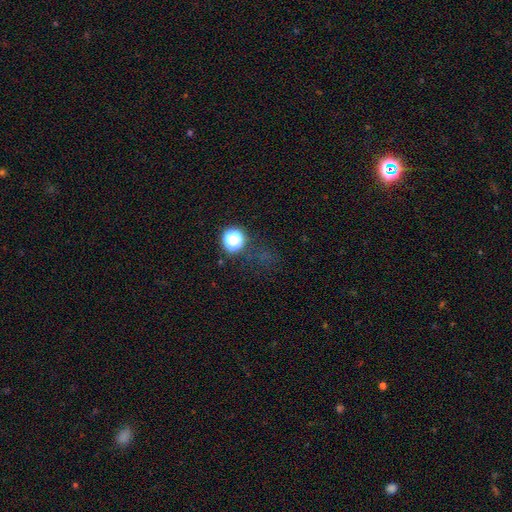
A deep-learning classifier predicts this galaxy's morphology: Smooth or featured?
  - star or artifact: 56% *
  - smooth: 31%
  - featured or disk: 13%